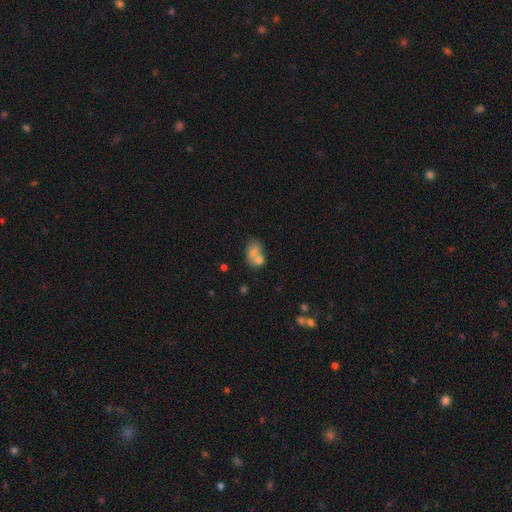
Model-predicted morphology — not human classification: Smooth or featured?
  - smooth: 73% *
  - featured or disk: 17%
  - star or artifact: 10%
How rounded?
  - in between: 74% *
  - round: 24%
  - cigar-shaped: 2%
Merging?
  - merger: 50% *
  - none: 30%
  - minor disturbance: 13%
  - major disturbance: 7%